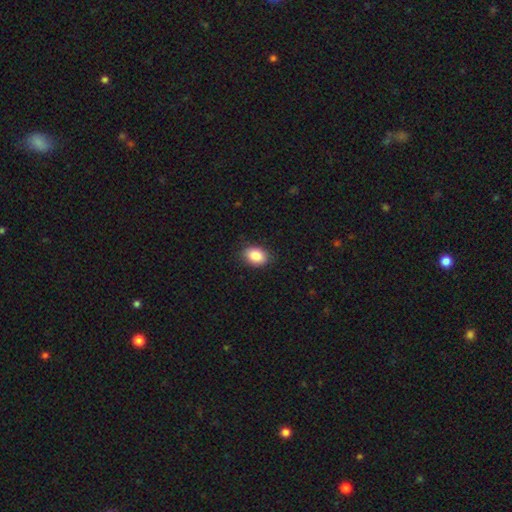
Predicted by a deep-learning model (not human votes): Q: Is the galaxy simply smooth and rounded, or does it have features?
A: smooth — 87%.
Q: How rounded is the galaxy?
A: in between — 78%.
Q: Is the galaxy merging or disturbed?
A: none — 87%.